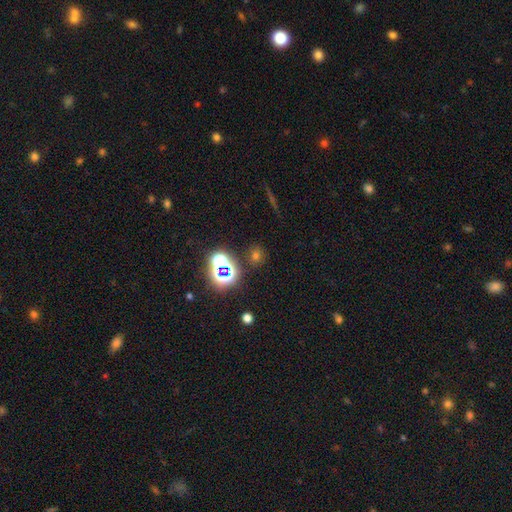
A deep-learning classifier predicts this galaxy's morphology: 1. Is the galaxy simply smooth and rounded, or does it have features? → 51% smooth, 41% star or artifact, 8% featured or disk.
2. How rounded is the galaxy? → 78% round, 21% in between, 2% cigar-shaped.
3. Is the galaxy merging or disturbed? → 82% none, 10% minor disturbance, 5% merger, 4% major disturbance.